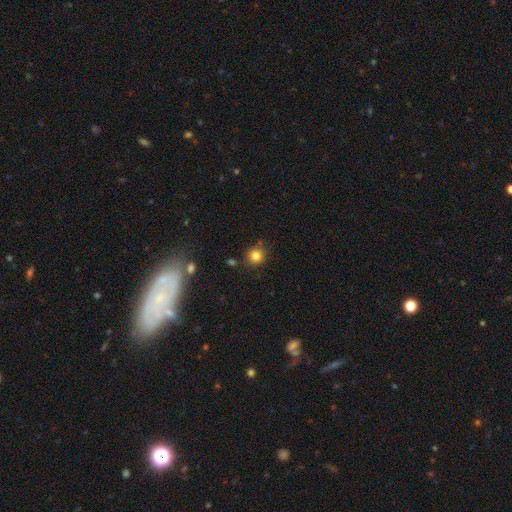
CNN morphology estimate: This appears to be a smooth galaxy with no disk features (82%) that is round (91%). Merging: none (83%).